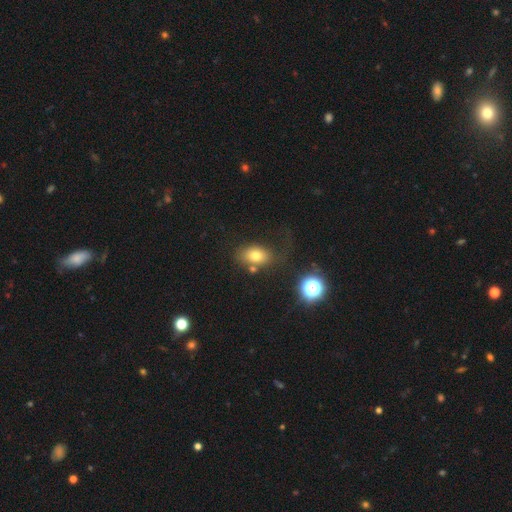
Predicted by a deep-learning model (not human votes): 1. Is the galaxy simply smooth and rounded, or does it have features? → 73% smooth, 14% featured or disk, 13% star or artifact.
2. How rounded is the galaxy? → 76% in between, 23% round, 1% cigar-shaped.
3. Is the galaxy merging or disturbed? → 60% none, 18% minor disturbance, 12% major disturbance, 10% merger.